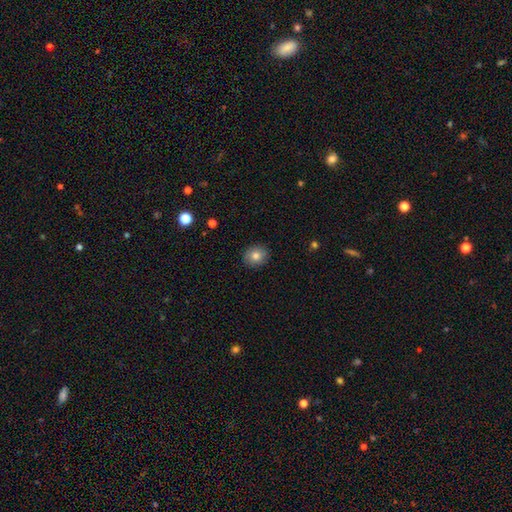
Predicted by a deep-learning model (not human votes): Morphology: type=smooth (81%); roundness=round (77%); merging=none (90%).